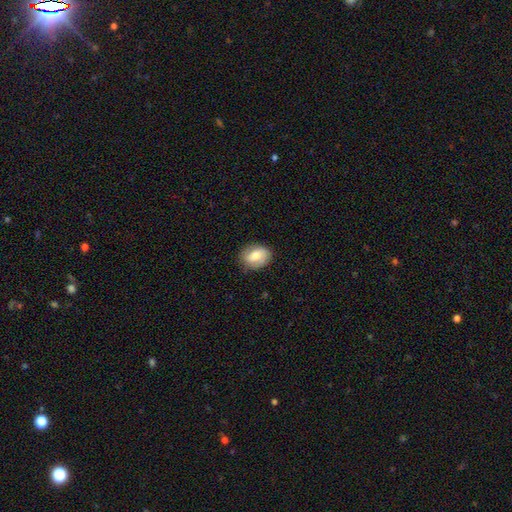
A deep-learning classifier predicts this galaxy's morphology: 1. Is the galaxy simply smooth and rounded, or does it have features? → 62% smooth, 31% featured or disk, 8% star or artifact.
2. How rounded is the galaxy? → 61% in between, 38% round, 1% cigar-shaped.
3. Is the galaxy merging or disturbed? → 78% none, 17% minor disturbance, 4% major disturbance, 1% merger.